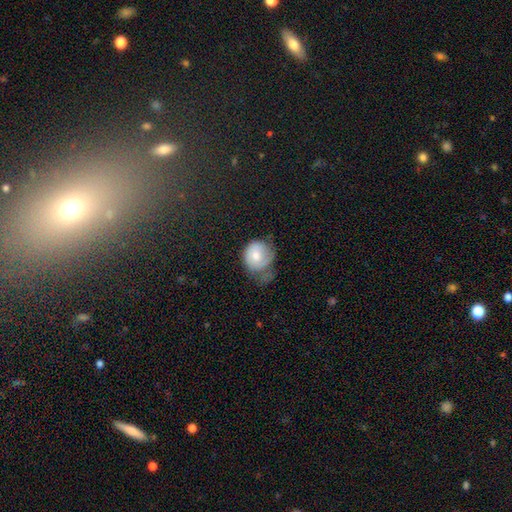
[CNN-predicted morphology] Overall: smooth (66%; featured or disk 26%). How rounded: round (72%). Merging: minor disturbance (36%; major disturbance 32%).